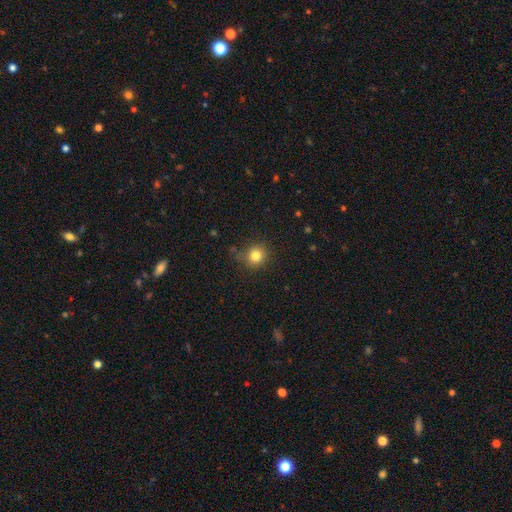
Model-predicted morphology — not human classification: This appears to be a smooth galaxy with no disk features (82%) that is round (89%). Merging: none (83%).